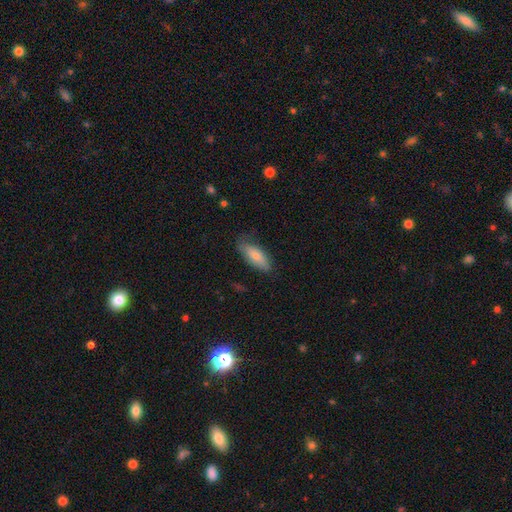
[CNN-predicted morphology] Overall: smooth (77%). How rounded: in between (76%). Merging: none (68%).